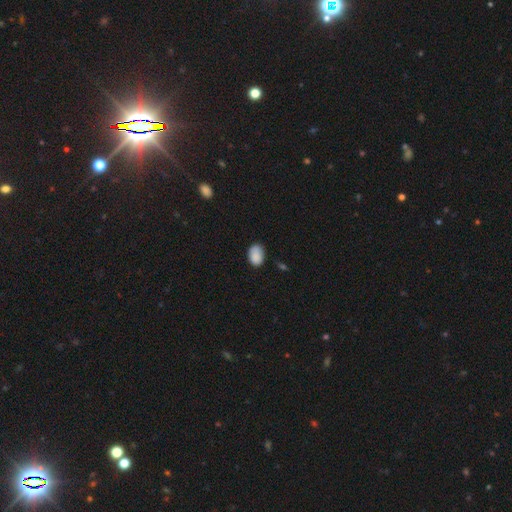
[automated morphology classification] Smooth or featured? smooth (87%)
How rounded? in between (79%)
Merging? none (70%)